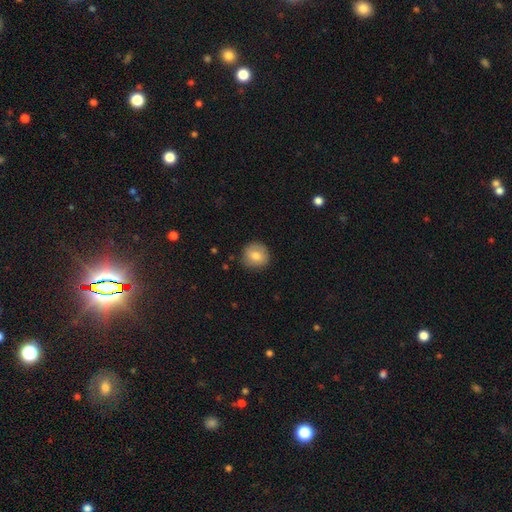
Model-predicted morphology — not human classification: Smooth or featured: smooth — 80% (featured or disk — 13%)
How rounded: round — 91% (in between — 8%)
Merging: none — 86% (minor disturbance — 10%)